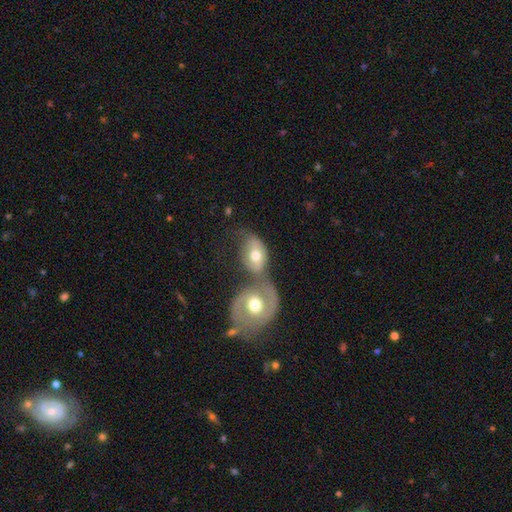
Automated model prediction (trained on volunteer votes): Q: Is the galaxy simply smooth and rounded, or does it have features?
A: featured or disk — 51%.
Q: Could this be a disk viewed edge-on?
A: no — 94%.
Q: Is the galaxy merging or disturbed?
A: merger — 65%.